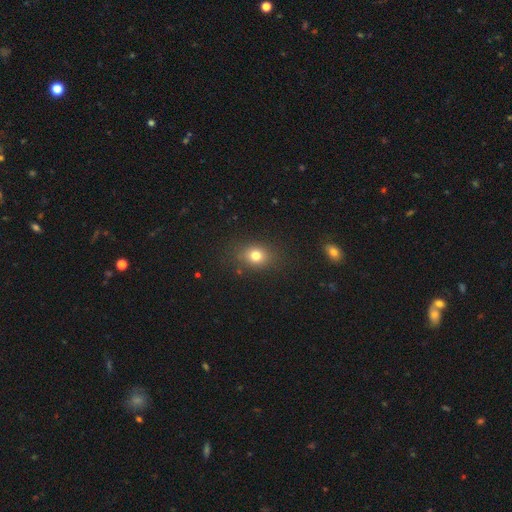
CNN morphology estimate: smooth 77%, star or artifact 14%, featured or disk 8%. Down the decision tree: how rounded — round (54%); merging — none (84%).